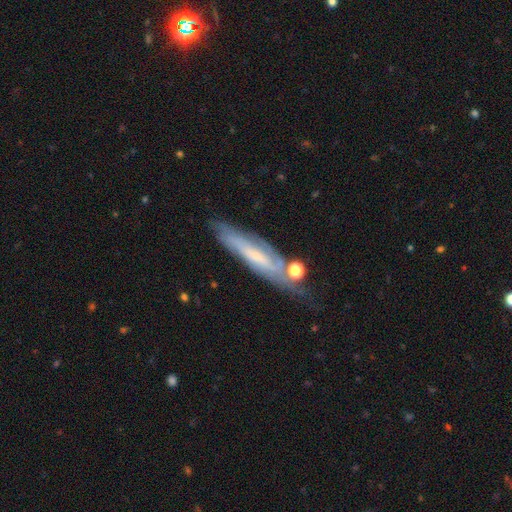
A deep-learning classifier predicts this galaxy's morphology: featured or disk 65%, smooth 26%, star or artifact 8%. Down the decision tree: edge-on disk — no (55%); merging — none (56%).